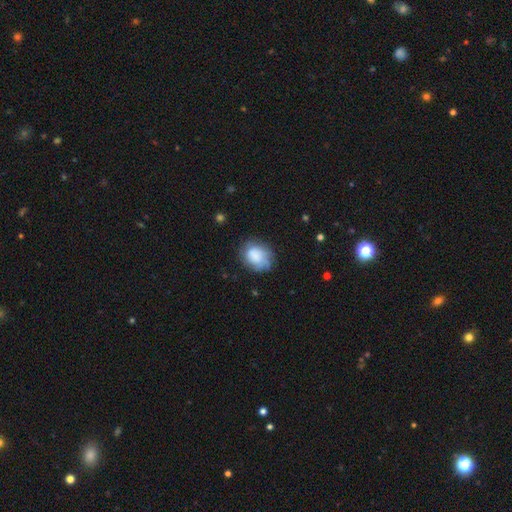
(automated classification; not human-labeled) smooth_or_featured: smooth (p=0.75) [alt: featured or disk p=0.17]
how_rounded: in between (p=0.50) [alt: round p=0.49]
merging: none (p=0.64) [alt: minor disturbance p=0.25]